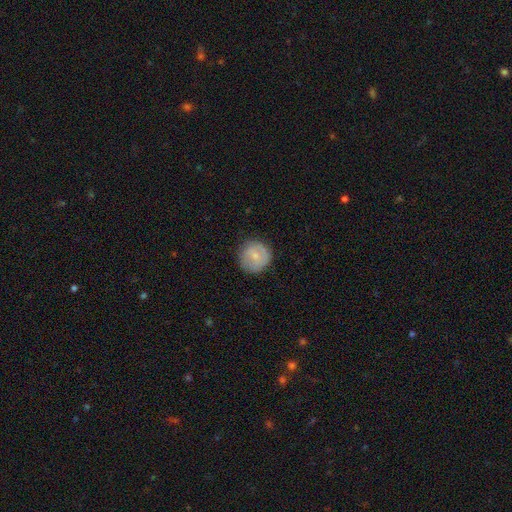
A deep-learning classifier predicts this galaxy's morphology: Smooth or featured? Predicted: smooth (p=0.63). How rounded? Predicted: round (p=0.93). Merging? Predicted: none (p=0.81).